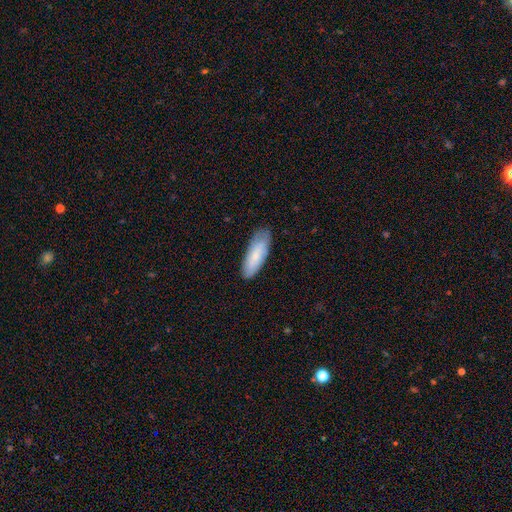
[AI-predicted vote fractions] Smooth or featured? smooth (72%)
How rounded? in between (61%)
Merging? none (79%)